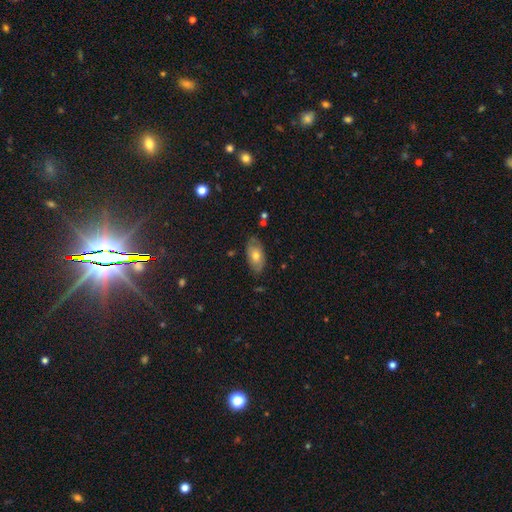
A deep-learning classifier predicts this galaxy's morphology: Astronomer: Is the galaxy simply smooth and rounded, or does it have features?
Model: smooth — 61%.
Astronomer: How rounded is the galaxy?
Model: in between — 90%.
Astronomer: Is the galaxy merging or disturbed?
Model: none — 76%.